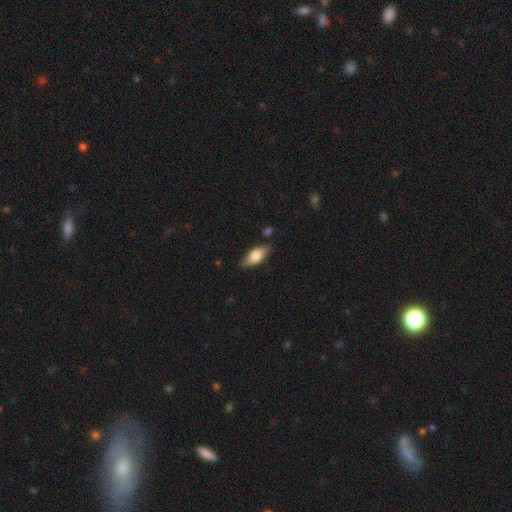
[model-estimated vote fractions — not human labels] The model was most divided on "smooth or featured": smooth: 75%, featured or disk: 18%, star or artifact: 6%. More confident: how rounded — in between (80%); merging — none (78%).